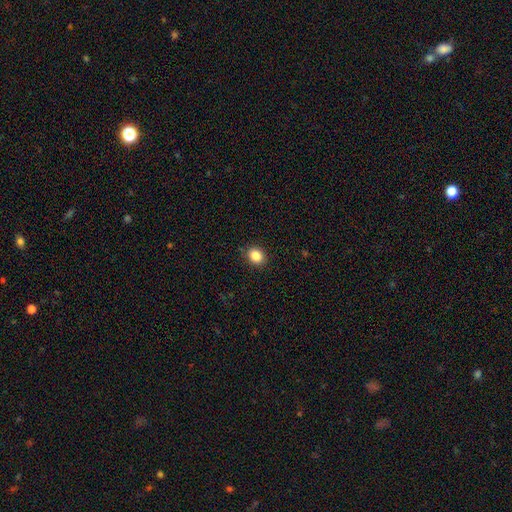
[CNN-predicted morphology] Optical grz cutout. It shows a smooth galaxy with no disk features (86%) that is round (59%). Merging: none (89%).